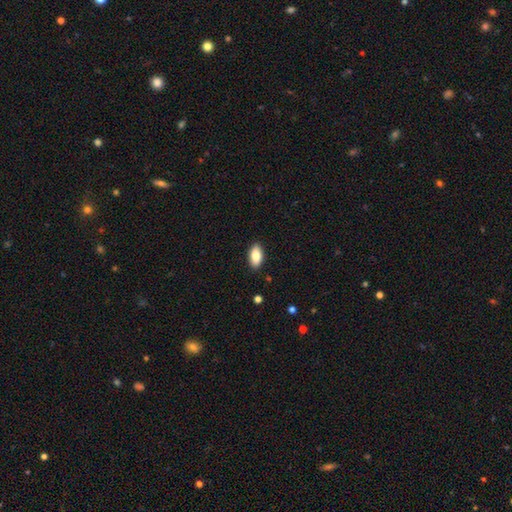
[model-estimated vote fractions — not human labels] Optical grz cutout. It shows a smooth galaxy with no disk features (84%) that is in between round and cigar-shaped (91%). Merging: none (89%).